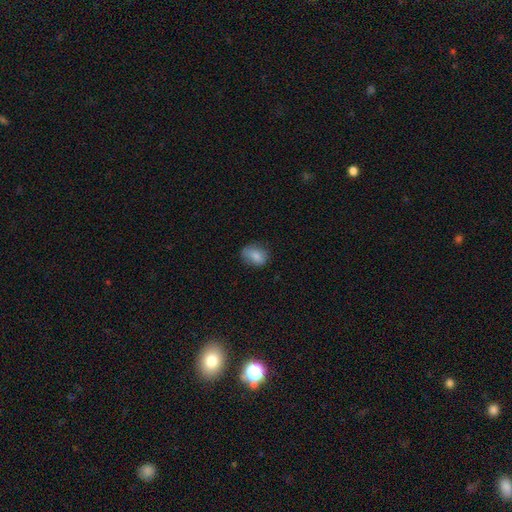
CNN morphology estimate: smooth-or-featured: smooth: 82% | featured or disk: 10% | star or artifact: 8%
  how-rounded: in between: 66% | round: 32% | cigar-shaped: 2%
  merging: none: 70% | minor disturbance: 23% | major disturbance: 6% | merger: 1%